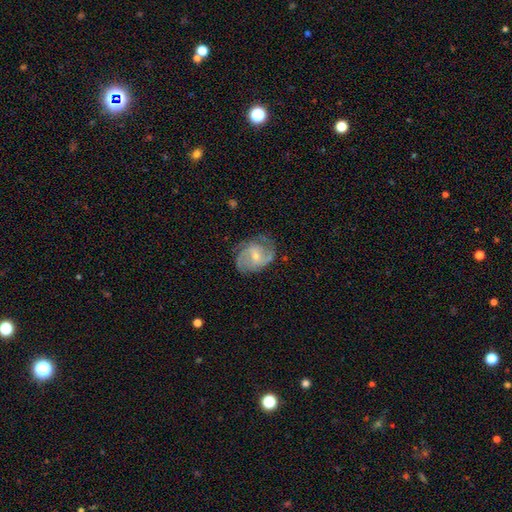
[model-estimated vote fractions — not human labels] This appears to be a featured or disk galaxy (80%) with a weak bar (51%), 2 (60%) medium (50%) spiral arms (93%) and a small central bulge (58%). Merging: none (69%).